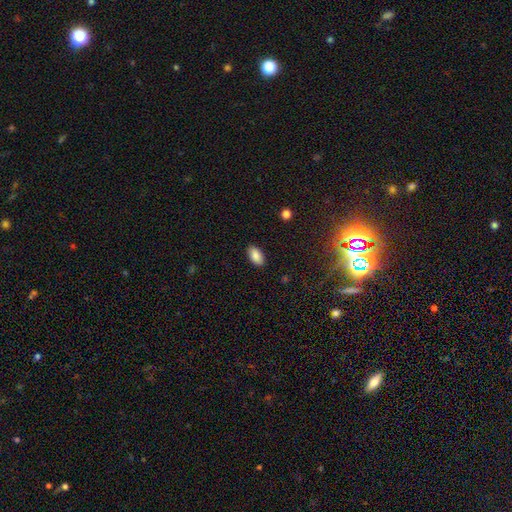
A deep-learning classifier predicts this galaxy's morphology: The model was most divided on "smooth or featured": smooth: 87%, star or artifact: 8%, featured or disk: 5%. More confident: how rounded — in between (94%); merging — none (88%).